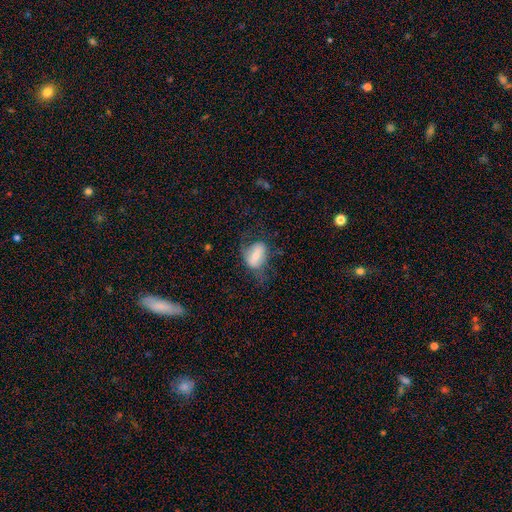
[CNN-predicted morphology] Smooth or featured?
  - smooth: 49% *
  - featured or disk: 43%
  - star or artifact: 8%
Merging?
  - none: 47% *
  - major disturbance: 26%
  - minor disturbance: 25%
  - merger: 2%